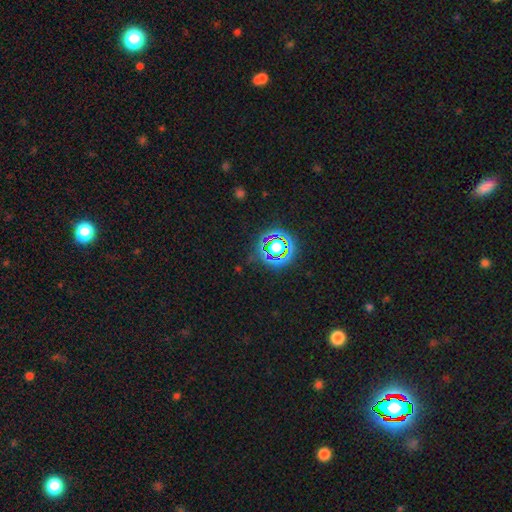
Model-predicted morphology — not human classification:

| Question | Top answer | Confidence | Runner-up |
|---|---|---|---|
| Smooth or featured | star or artifact | 78% | smooth (15%) |